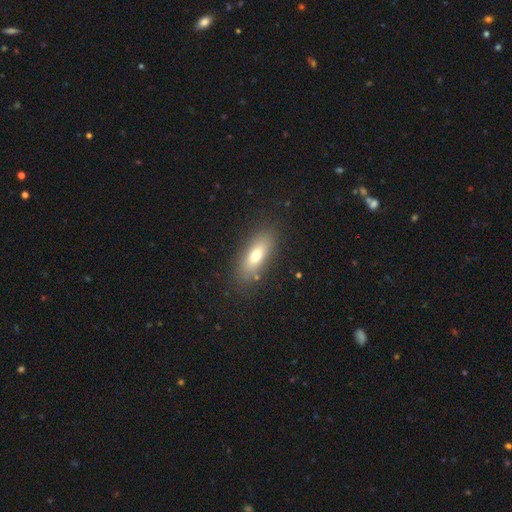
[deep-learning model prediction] A smooth galaxy with no disk features (69%) that is in between round and cigar-shaped (67%).

Vote fractions:
- Smooth or featured? smooth: 69% / featured or disk: 22% / star or artifact: 9%
- How rounded? in between: 67% / cigar-shaped: 29% / round: 4%
- Merging? none: 84% / minor disturbance: 10% / major disturbance: 4% / merger: 2%